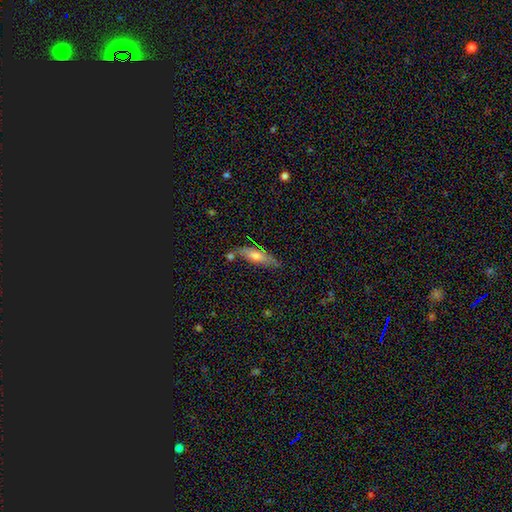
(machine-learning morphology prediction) smooth 58%, featured or disk 34%, star or artifact 8%. Down the decision tree: how rounded — cigar-shaped (57%); merging — none (66%).